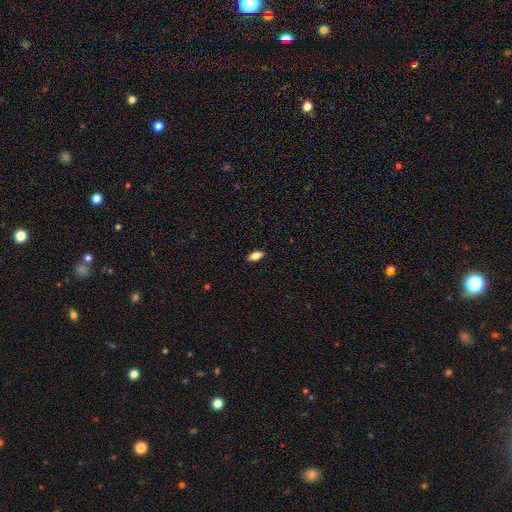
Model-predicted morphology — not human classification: A smooth galaxy with no disk features (84%) that is in between round and cigar-shaped (90%). Merging: none (89%).